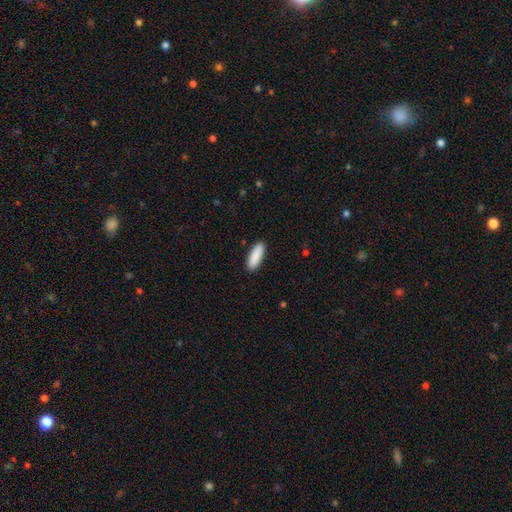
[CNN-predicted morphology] Q: Smooth or featured?
A: smooth (90%); runner-up: star or artifact (6%)
Q: How rounded?
A: in between (50%); runner-up: cigar-shaped (48%)
Q: Merging?
A: none (90%); runner-up: minor disturbance (7%)